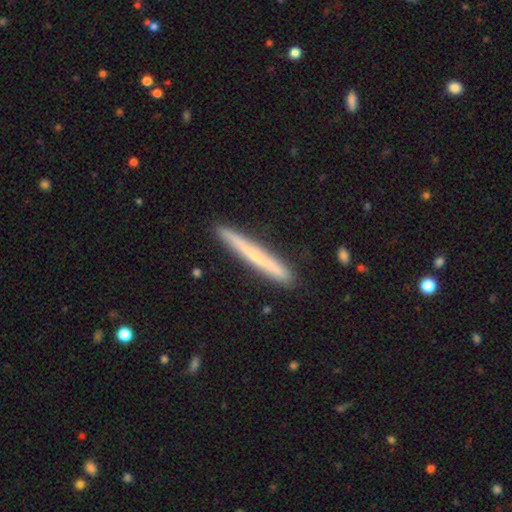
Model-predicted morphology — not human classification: A featured or disk galaxy (49%).

Vote fractions:
- Smooth or featured? featured or disk: 49% / smooth: 45% / star or artifact: 6%
- Merging? none: 90% / minor disturbance: 8% / major disturbance: 1% / merger: 1%